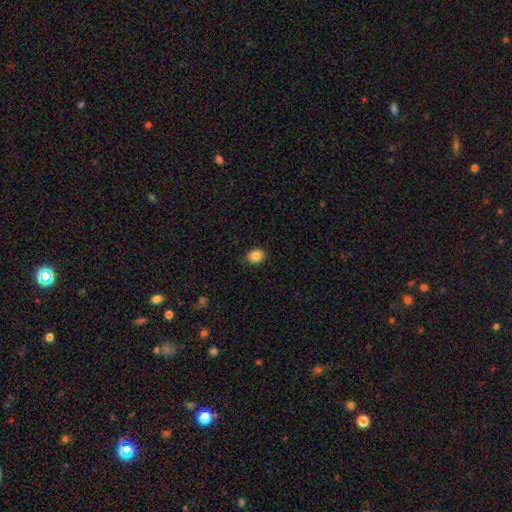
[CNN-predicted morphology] smooth-or-featured: smooth: 85% | star or artifact: 10% | featured or disk: 5%
  how-rounded: round: 56% | in between: 43% | cigar-shaped: 1%
  merging: none: 84% | minor disturbance: 13% | major disturbance: 2% | merger: 1%